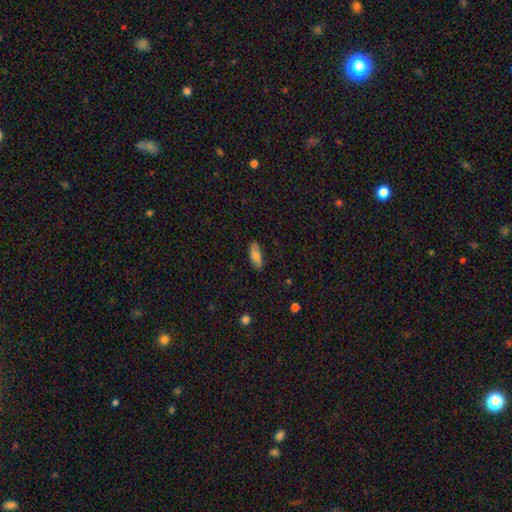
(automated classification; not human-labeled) Smooth or featured?
  - smooth: 77% *
  - featured or disk: 16%
  - star or artifact: 7%
How rounded?
  - in between: 76% *
  - cigar-shaped: 22%
  - round: 2%
Merging?
  - none: 83% *
  - minor disturbance: 13%
  - major disturbance: 2%
  - merger: 1%